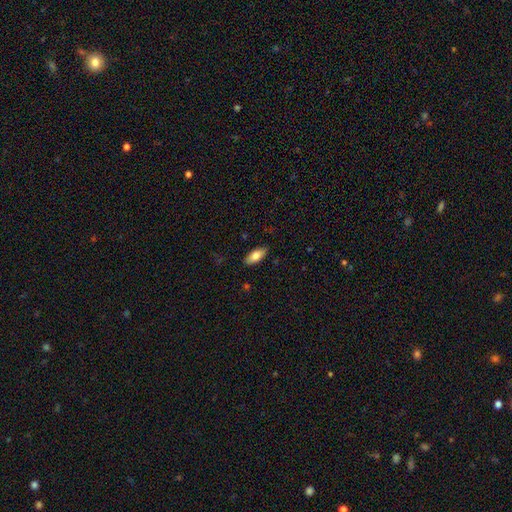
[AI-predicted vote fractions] A smooth galaxy with no disk features (79%) that is in between round and cigar-shaped (85%).

Vote fractions:
- Smooth or featured? smooth: 79% / featured or disk: 15% / star or artifact: 6%
- How rounded? in between: 85% / cigar-shaped: 13% / round: 2%
- Merging? none: 88% / minor disturbance: 10% / major disturbance: 2% / merger: 1%